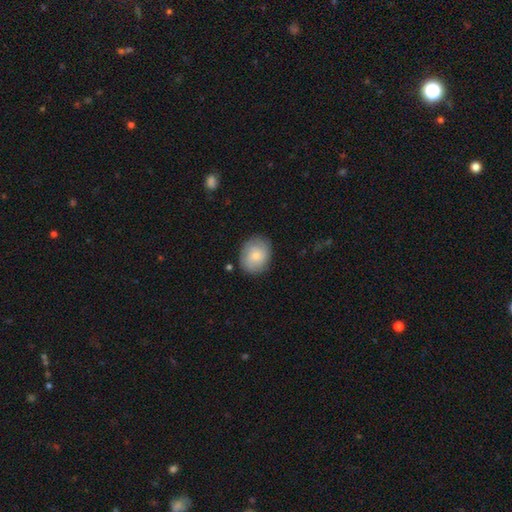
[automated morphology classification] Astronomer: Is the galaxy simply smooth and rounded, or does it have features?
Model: smooth — 67%.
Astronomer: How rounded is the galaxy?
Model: round — 58% (runner-up: in between, 41%).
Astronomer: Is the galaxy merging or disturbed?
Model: none — 79%.